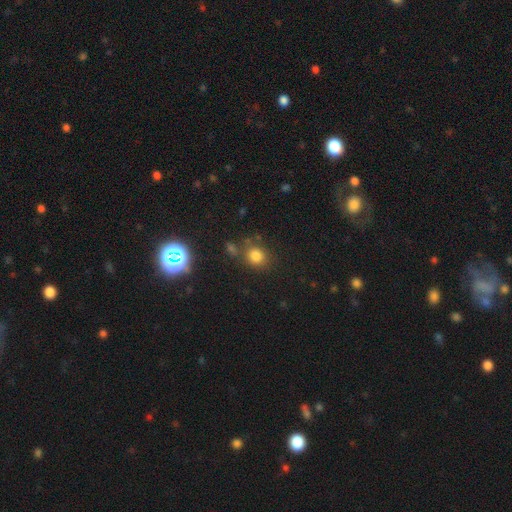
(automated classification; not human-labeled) A smooth galaxy with no disk features (77%) that is round (76%).

Vote fractions:
- Smooth or featured? smooth: 77% / star or artifact: 17% / featured or disk: 7%
- How rounded? round: 76% / in between: 23% / cigar-shaped: 1%
- Merging? none: 73% / minor disturbance: 13% / merger: 9% / major disturbance: 5%